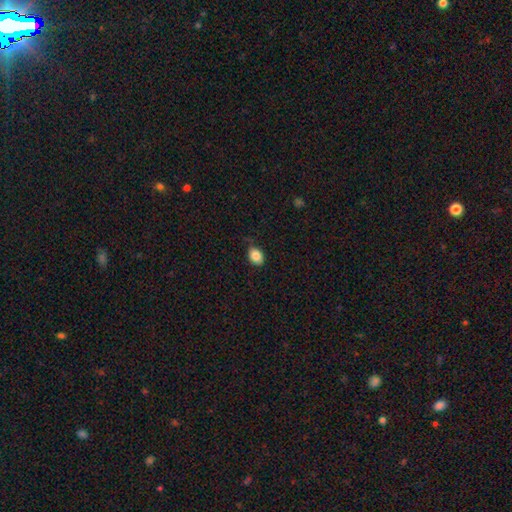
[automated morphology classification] Smooth or featured? smooth (85%)
How rounded? in between (74%)
Merging? none (77%)